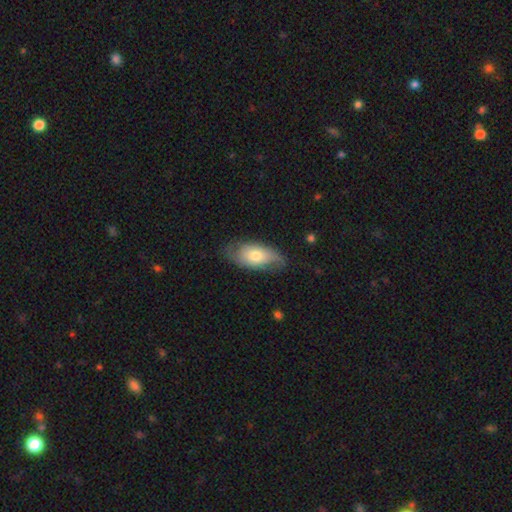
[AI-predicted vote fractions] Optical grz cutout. It shows a smooth galaxy with no disk features (50%) that is in between round and cigar-shaped (90%). Merging: none (64%).